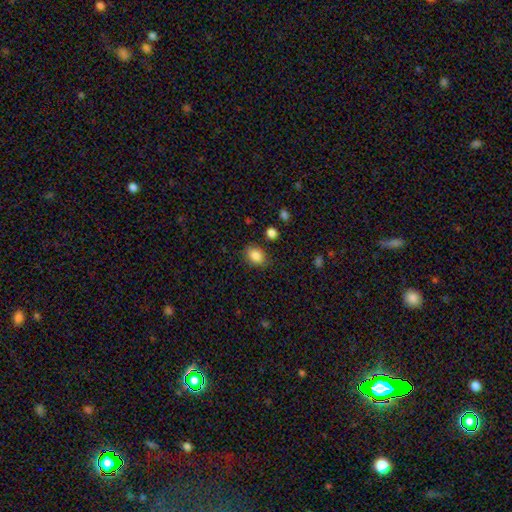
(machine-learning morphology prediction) Overall: smooth (86%). How rounded: in between (62%; round 37%). Merging: none (82%).